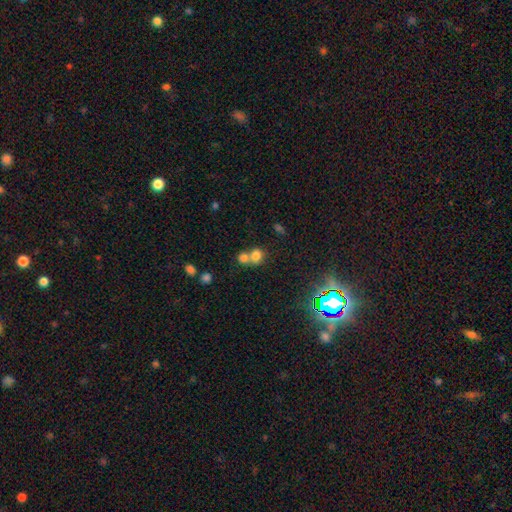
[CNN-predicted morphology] Smooth or featured: smooth — 75% (star or artifact — 14%)
How rounded: round — 74% (in between — 24%)
Merging: merger — 57% (none — 34%)